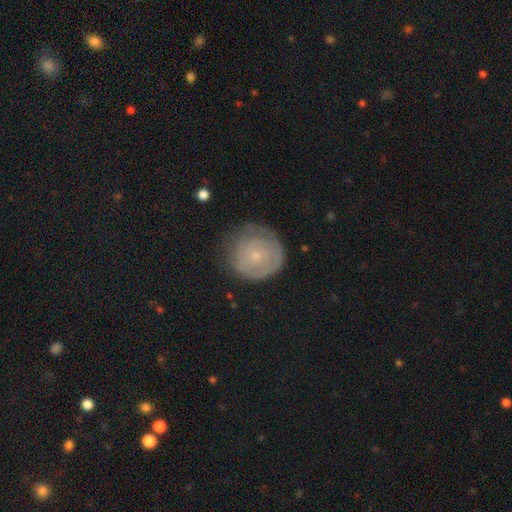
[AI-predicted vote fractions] Smooth or featured: smooth — 49% (featured or disk — 42%)
Merging: none — 71% (minor disturbance — 21%)